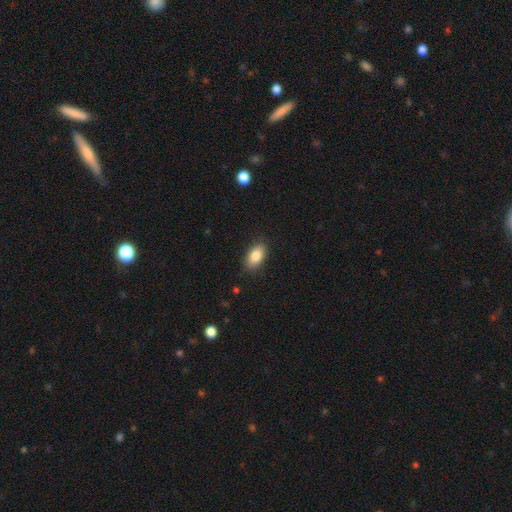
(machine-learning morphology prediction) smooth_or_featured: smooth (p=0.85) [alt: featured or disk p=0.08]
how_rounded: in between (p=0.91) [alt: round p=0.05]
merging: none (p=0.87) [alt: minor disturbance p=0.10]